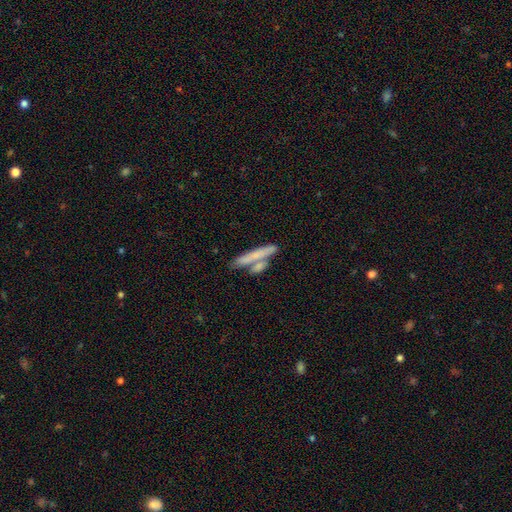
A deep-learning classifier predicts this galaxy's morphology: Overall: smooth (63%; featured or disk 30%). How rounded: cigar-shaped (86%). Merging: none (53%; merger 32%).